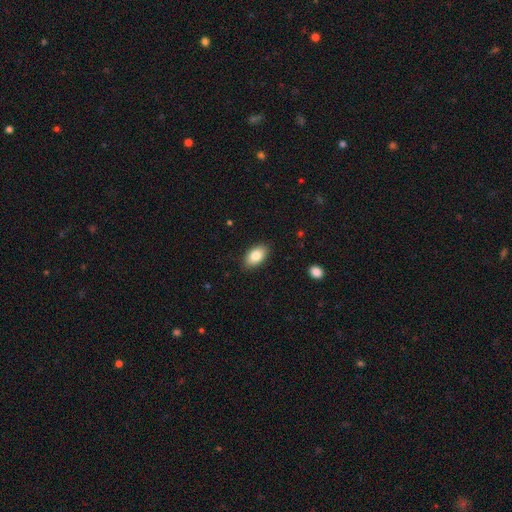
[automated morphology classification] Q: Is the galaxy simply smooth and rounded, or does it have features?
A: smooth — 83%.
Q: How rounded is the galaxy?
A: in between — 93%.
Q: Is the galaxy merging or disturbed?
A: none — 88%.